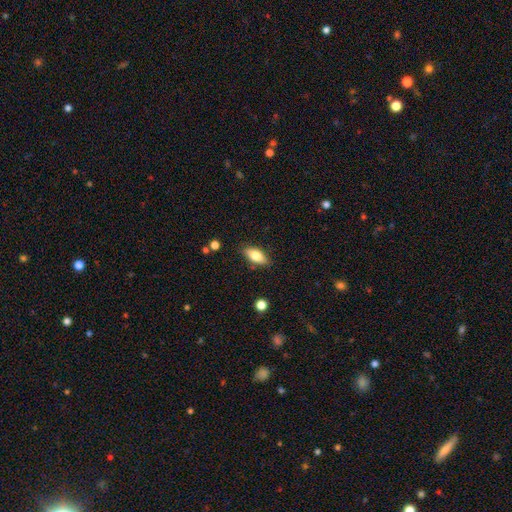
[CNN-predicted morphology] smooth 73%, featured or disk 19%, star or artifact 7%. Down the decision tree: how rounded — in between (82%); merging — none (85%).